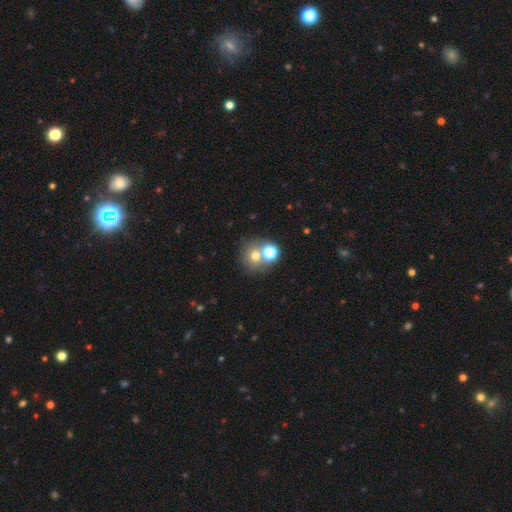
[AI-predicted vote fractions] This is likely a smooth galaxy (66%). How rounded: clearly round (85%). Merging: possibly none (53%).